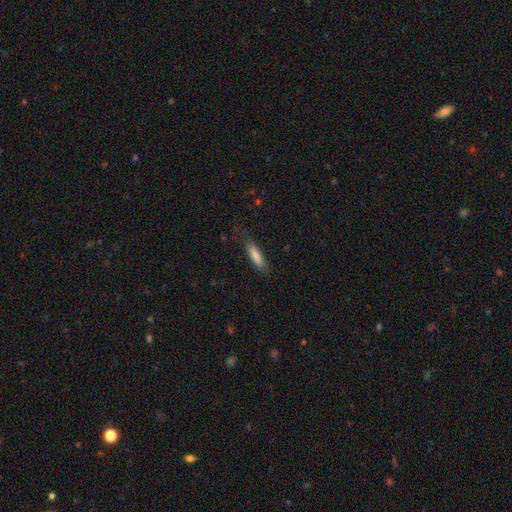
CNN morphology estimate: This is clearly a smooth galaxy (82%). How rounded: likely cigar-shaped (66%). Merging: likely none (72%).